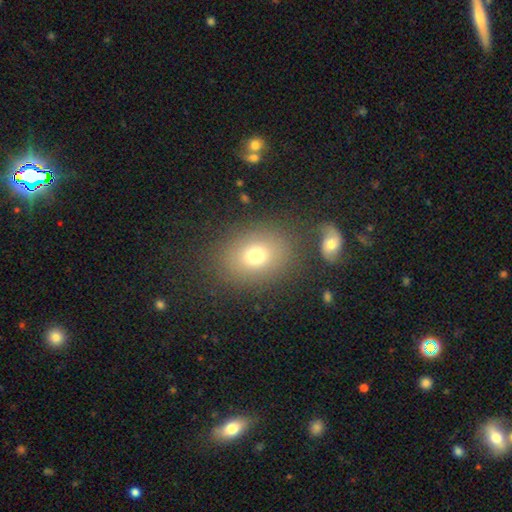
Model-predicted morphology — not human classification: type=smooth (73%); roundness=in between (51%); merging=none (78%).